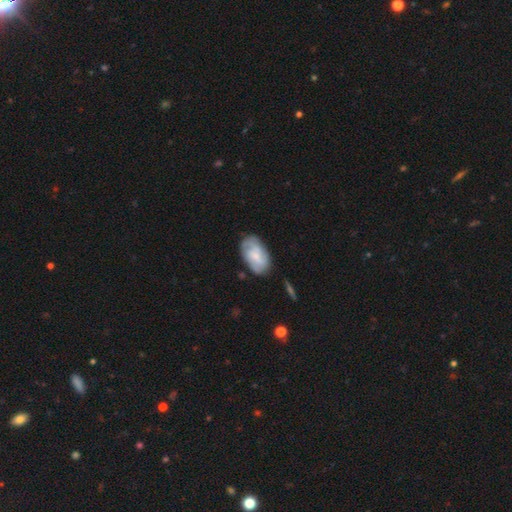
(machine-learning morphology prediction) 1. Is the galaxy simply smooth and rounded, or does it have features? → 50% featured or disk, 44% smooth, 7% star or artifact.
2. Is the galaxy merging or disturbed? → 70% none, 21% minor disturbance, 6% major disturbance, 2% merger.